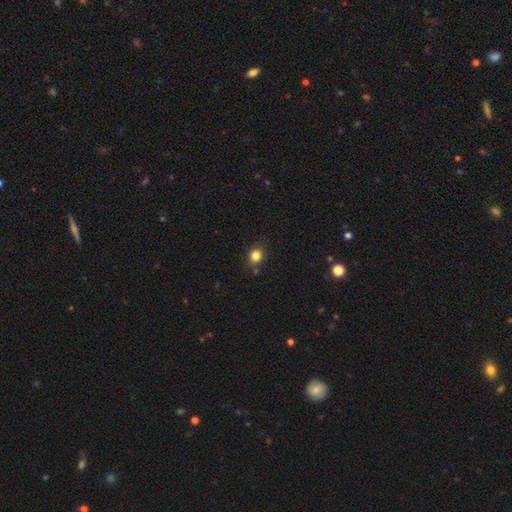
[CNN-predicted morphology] Smooth or featured? smooth (83%)
How rounded? round (66%)
Merging? none (82%)